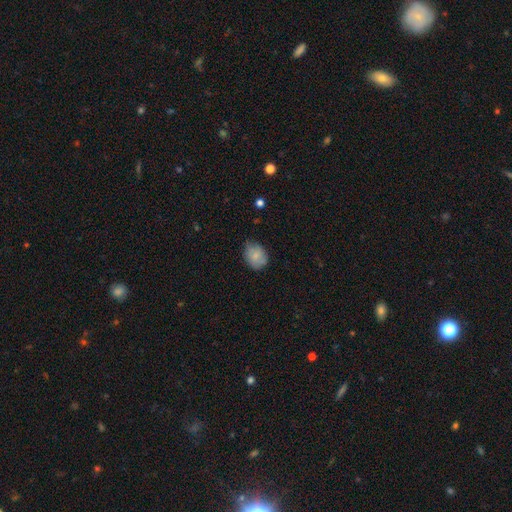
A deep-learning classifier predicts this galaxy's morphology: type=smooth (79%); roundness=in between (53%); merging=none (65%).